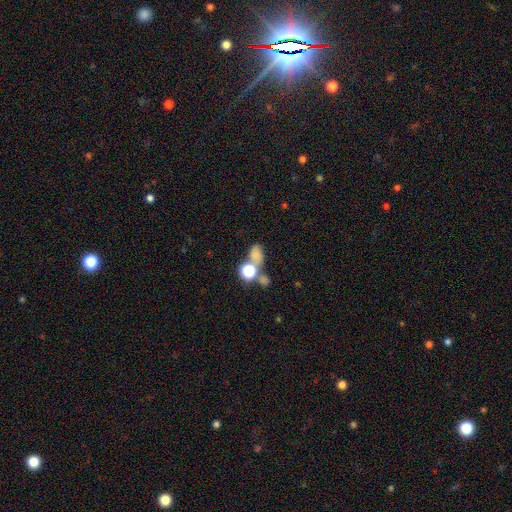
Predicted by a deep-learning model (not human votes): A smooth galaxy with no disk features (68%) that is in between round and cigar-shaped (57%).

Vote fractions:
- Smooth or featured? smooth: 68% / star or artifact: 21% / featured or disk: 11%
- How rounded? in between: 57% / round: 40% / cigar-shaped: 3%
- Merging? merger: 40% / none: 38% / minor disturbance: 12% / major disturbance: 9%